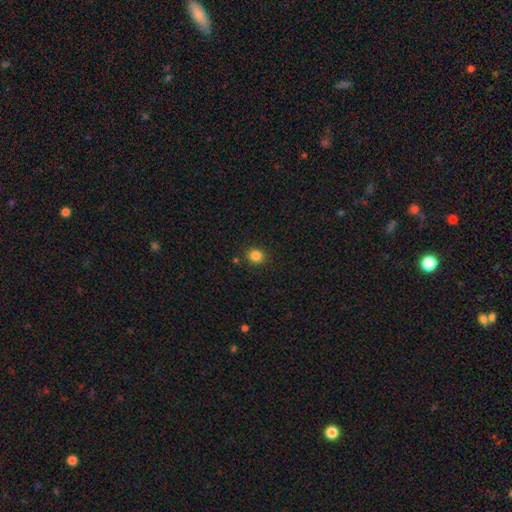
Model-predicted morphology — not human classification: Q: Smooth or featured?
A: smooth (84%); runner-up: star or artifact (12%)
Q: How rounded?
A: round (83%); runner-up: in between (16%)
Q: Merging?
A: none (87%); runner-up: minor disturbance (8%)